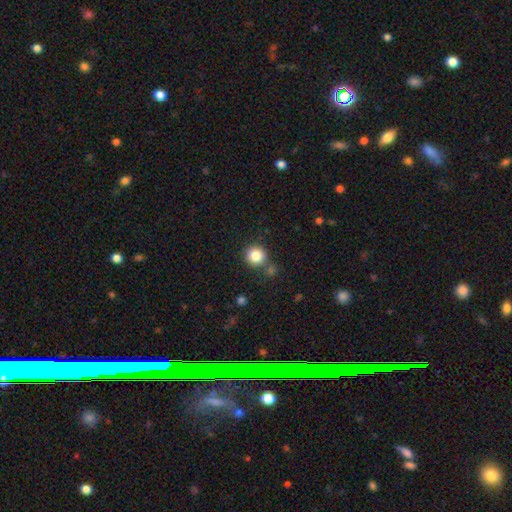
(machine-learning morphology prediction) The model was most divided on "merging": none: 76%, merger: 11%, minor disturbance: 10%, major disturbance: 3%. More confident: how rounded — round (92%); smooth or featured — smooth (84%).